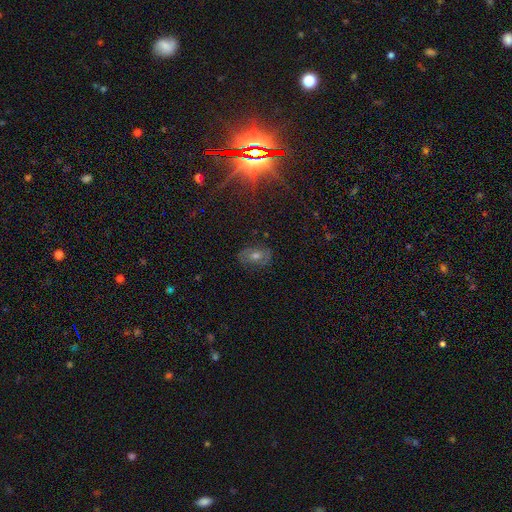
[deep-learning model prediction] The model was most divided on "smooth or featured": star or artifact: 36%, featured or disk: 33%, smooth: 31%.